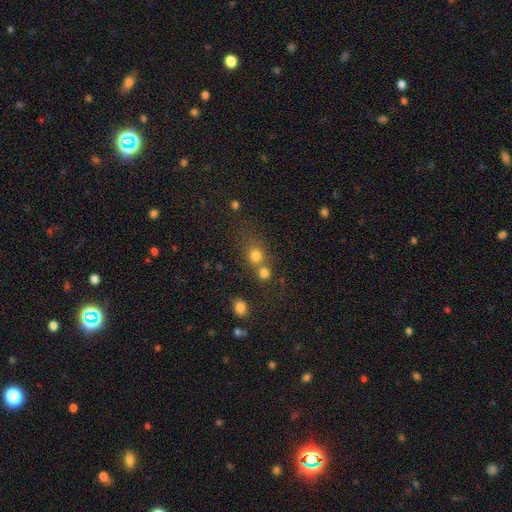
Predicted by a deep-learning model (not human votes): Smooth or featured? Predicted: smooth (p=0.76). How rounded? Predicted: round (p=0.80). Merging? Predicted: none (p=0.47).